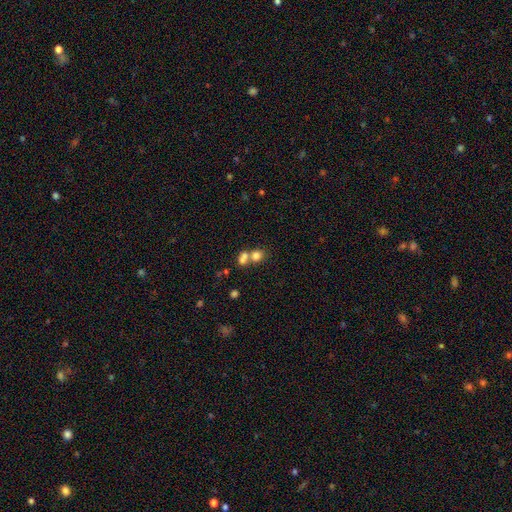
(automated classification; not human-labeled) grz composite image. It shows a smooth galaxy with no disk features (75%) that is round (60%). Merging: merger (56%).